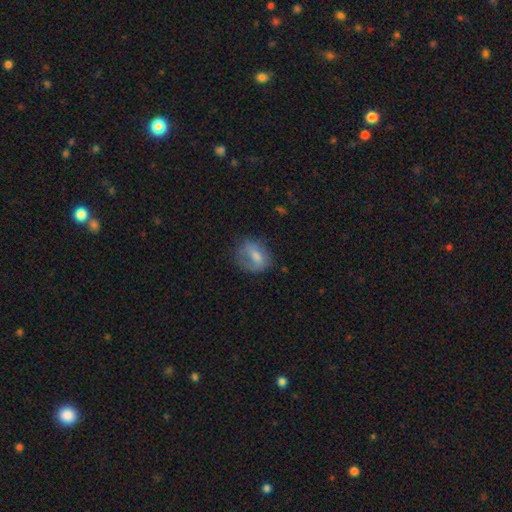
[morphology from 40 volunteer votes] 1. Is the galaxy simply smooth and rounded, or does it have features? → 48% featured or disk, 40% smooth, 12% star or artifact.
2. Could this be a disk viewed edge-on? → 89% no, 11% yes.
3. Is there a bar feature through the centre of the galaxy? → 47% weak, 35% no, 18% strong.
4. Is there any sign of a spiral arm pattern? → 82% no, 18% yes.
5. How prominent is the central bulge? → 65% moderate, 24% small, 6% large, 6% none, 0% dominant.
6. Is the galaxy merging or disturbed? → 54% none, 31% minor disturbance, 11% major disturbance, 3% merger.